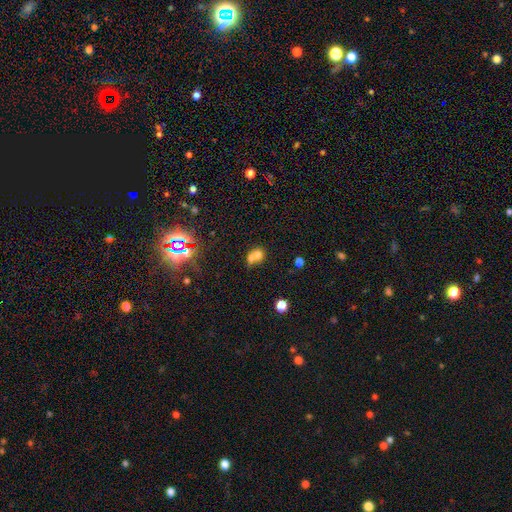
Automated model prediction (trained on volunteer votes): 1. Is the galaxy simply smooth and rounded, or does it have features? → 65% smooth, 18% featured or disk, 16% star or artifact.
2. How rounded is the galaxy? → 70% round, 29% in between, 1% cigar-shaped.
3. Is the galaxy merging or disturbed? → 65% merger, 25% none, 6% minor disturbance, 4% major disturbance.